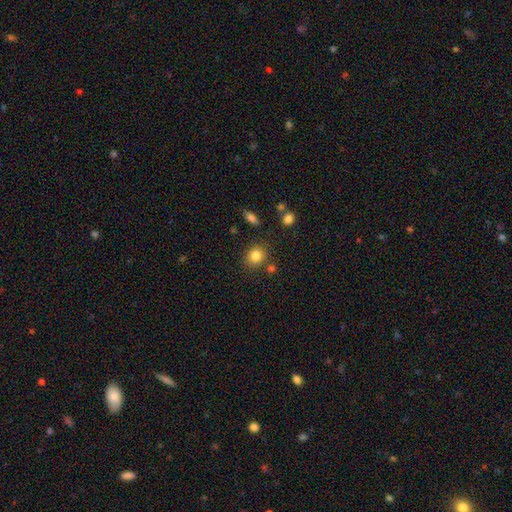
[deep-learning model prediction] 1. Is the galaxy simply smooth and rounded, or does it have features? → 83% smooth, 10% star or artifact, 6% featured or disk.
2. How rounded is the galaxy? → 72% round, 27% in between, 1% cigar-shaped.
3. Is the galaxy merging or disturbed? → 79% none, 11% minor disturbance, 7% merger, 4% major disturbance.